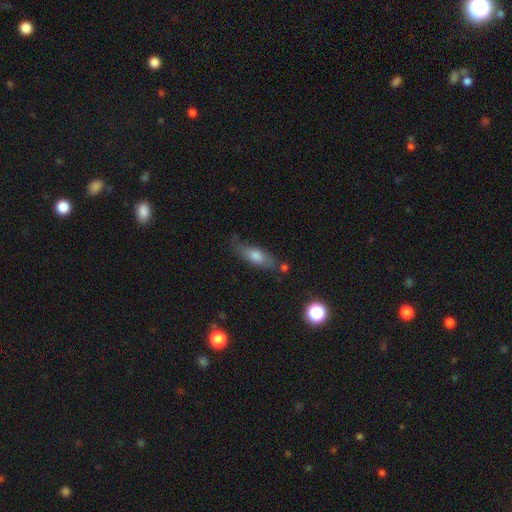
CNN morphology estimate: Smooth or featured: smooth — 67% (featured or disk — 24%)
How rounded: in between — 58% (cigar-shaped — 38%)
Merging: none — 66% (minor disturbance — 22%)